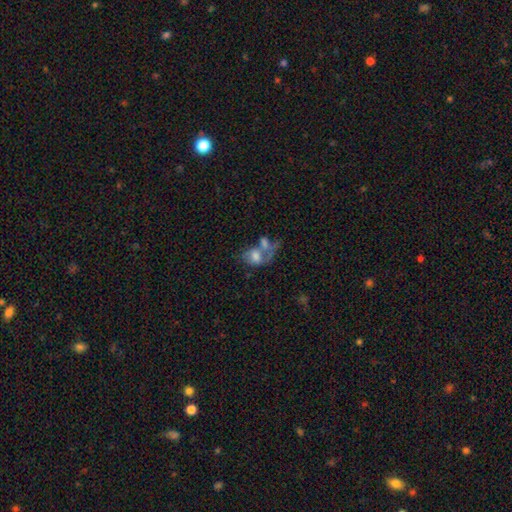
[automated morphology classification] A smooth galaxy with no disk features (52%) that is in between round and cigar-shaped (73%).

Vote fractions:
- Smooth or featured? smooth: 52% / featured or disk: 36% / star or artifact: 11%
- How rounded? in between: 73% / round: 26% / cigar-shaped: 2%
- Merging? merger: 57% / major disturbance: 18% / none: 16% / minor disturbance: 10%